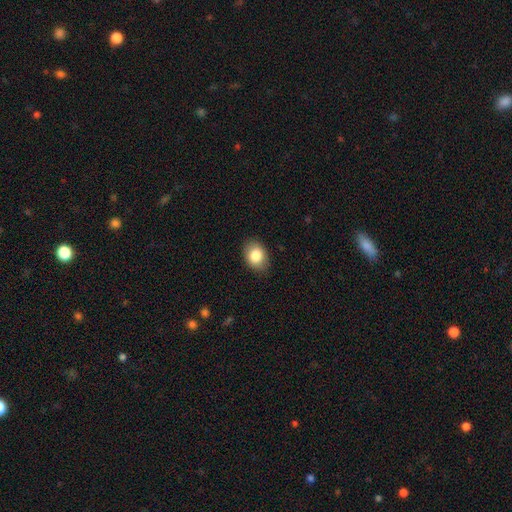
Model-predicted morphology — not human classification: The model was most divided on "how rounded": in between: 71%, round: 28%, cigar-shaped: 1%. More confident: merging — none (86%); smooth or featured — smooth (84%).